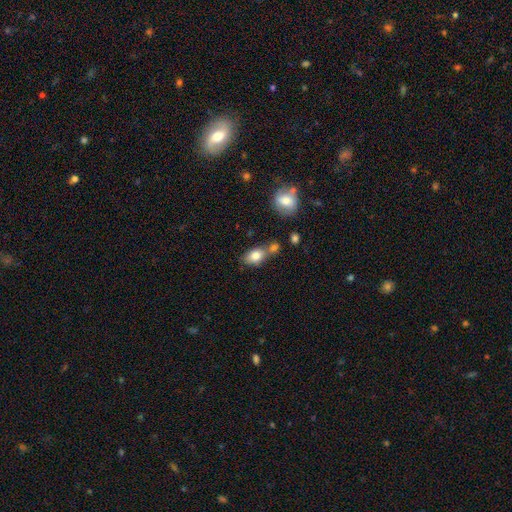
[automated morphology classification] Smooth or featured: smooth — 81% (featured or disk — 11%)
How rounded: in between — 82% (round — 15%)
Merging: none — 49% (merger — 29%)